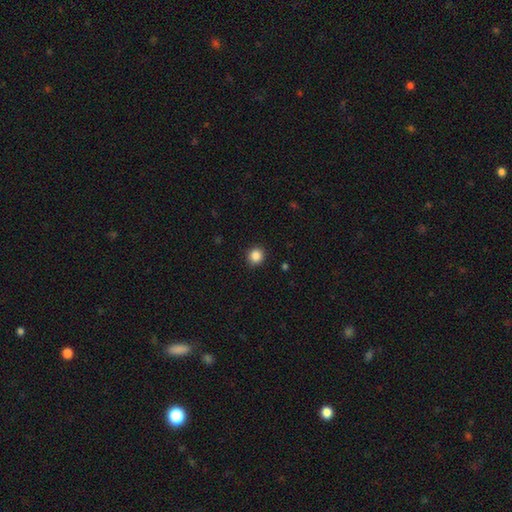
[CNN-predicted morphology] smooth_or_featured: smooth (p=0.87) [alt: star or artifact p=0.10]
how_rounded: round (p=0.90) [alt: in between p=0.09]
merging: none (p=0.92) [alt: minor disturbance p=0.05]